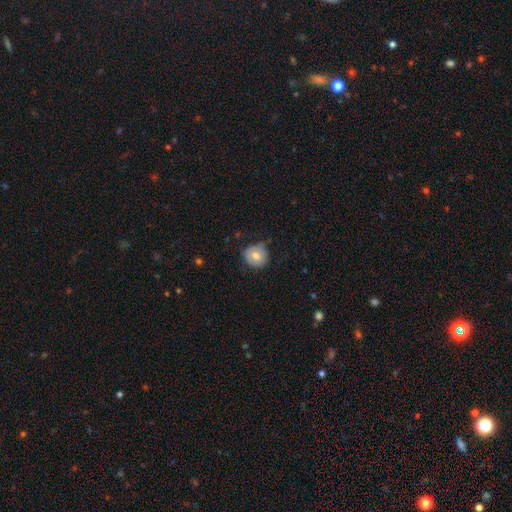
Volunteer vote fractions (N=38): A smooth galaxy with no disk features (79%) that is round (83%).

Vote fractions:
- Smooth or featured? smooth: 79% / featured or disk: 18% / star or artifact: 3%
- How rounded? round: 83% / in between: 13% / cigar-shaped: 3%
- Merging? none: 54% / minor disturbance: 38% / major disturbance: 5% / merger: 3%